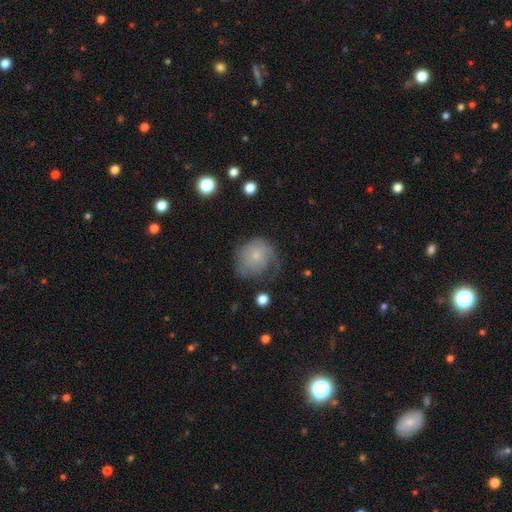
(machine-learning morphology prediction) Q: Smooth or featured?
A: featured or disk (49%); runner-up: smooth (43%)
Q: Merging?
A: none (44%); runner-up: minor disturbance (28%)